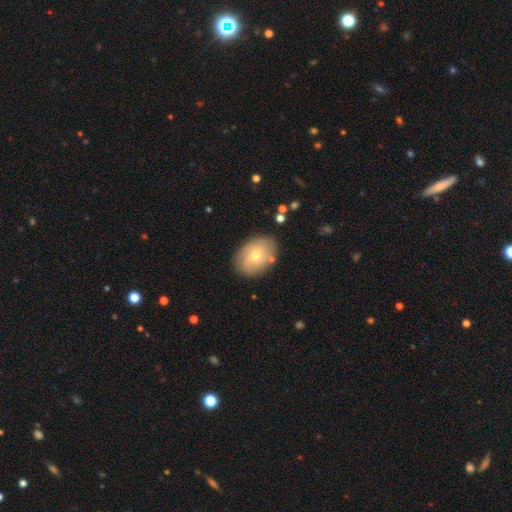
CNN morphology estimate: Smooth or featured? Predicted: smooth (p=0.59). How rounded? Predicted: in between (p=0.72). Merging? Predicted: none (p=0.78).